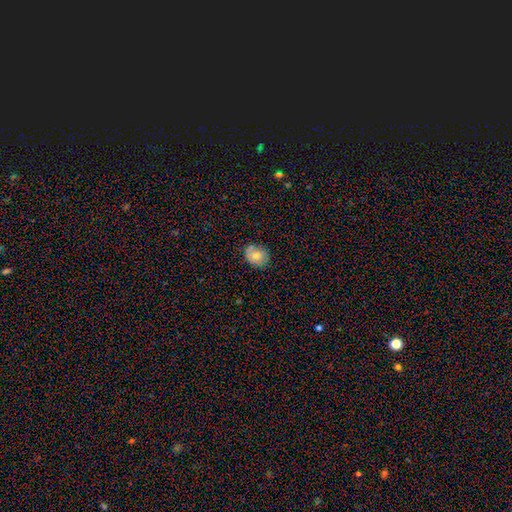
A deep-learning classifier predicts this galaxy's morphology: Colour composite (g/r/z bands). It shows a smooth galaxy with no disk features (73%) that is round (52%). Merging: none (75%).